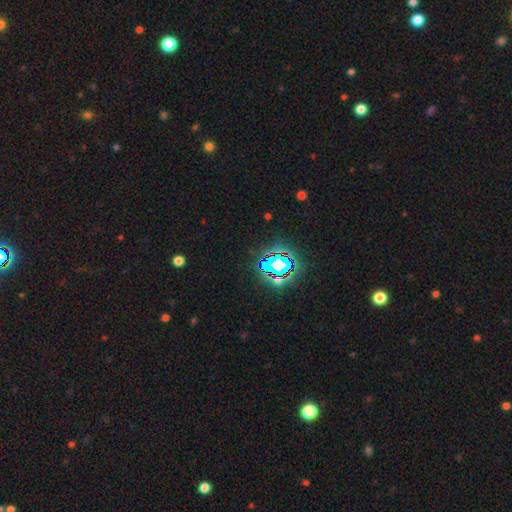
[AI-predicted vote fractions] Smooth or featured?
  - star or artifact: 82% *
  - smooth: 10%
  - featured or disk: 7%